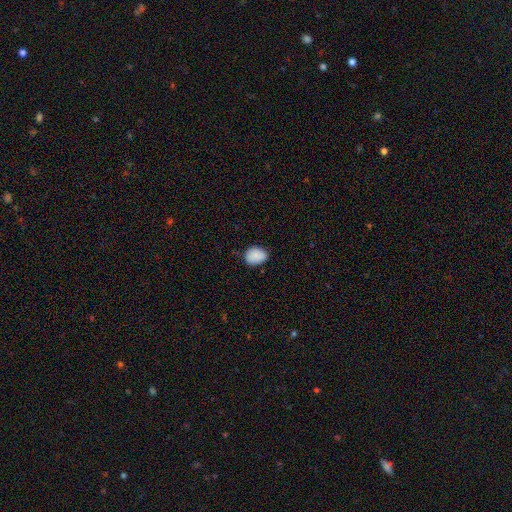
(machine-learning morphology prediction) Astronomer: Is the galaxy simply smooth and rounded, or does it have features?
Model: smooth — 88%.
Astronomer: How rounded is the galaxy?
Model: in between — 57% (runner-up: round, 42%).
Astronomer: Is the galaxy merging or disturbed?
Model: none — 73%.